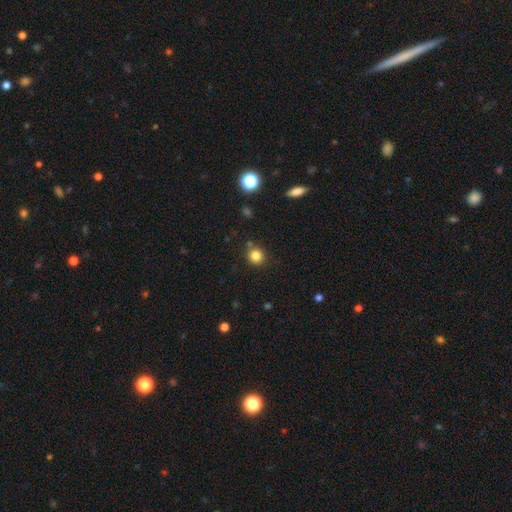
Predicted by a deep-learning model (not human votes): Smooth or featured?
  - smooth: 82% *
  - star or artifact: 12%
  - featured or disk: 5%
How rounded?
  - round: 90% *
  - in between: 9%
  - cigar-shaped: 1%
Merging?
  - none: 82% *
  - minor disturbance: 10%
  - merger: 5%
  - major disturbance: 3%